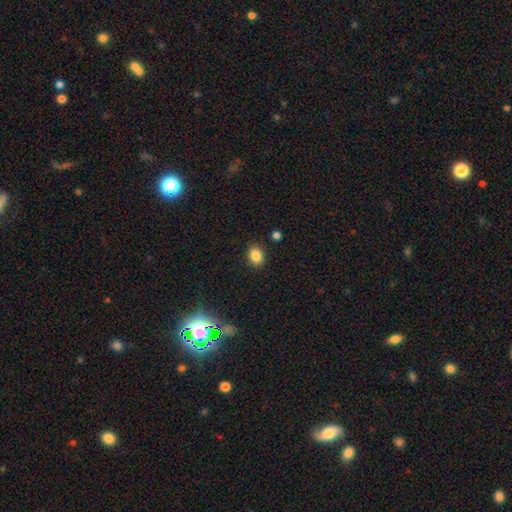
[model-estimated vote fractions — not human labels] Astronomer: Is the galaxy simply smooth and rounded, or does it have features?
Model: smooth — 84%.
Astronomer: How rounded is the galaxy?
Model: in between — 60% (runner-up: round, 39%).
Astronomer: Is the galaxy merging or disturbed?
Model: none — 87%.